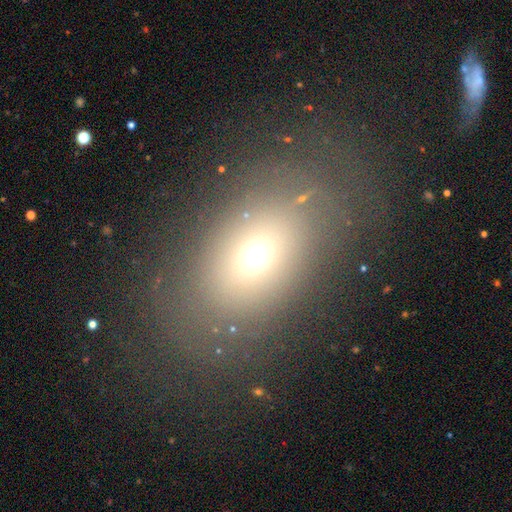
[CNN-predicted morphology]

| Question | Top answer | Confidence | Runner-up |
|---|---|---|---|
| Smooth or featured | smooth | 63% | featured or disk (19%) |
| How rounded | in between | 75% | round (23%) |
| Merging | none | 73% | minor disturbance (13%) |